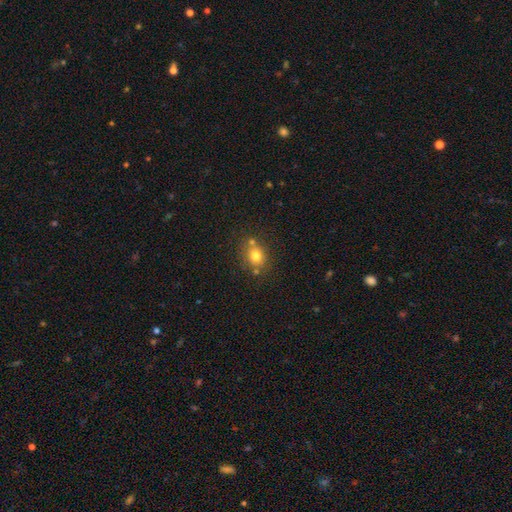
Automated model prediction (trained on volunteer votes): Smooth or featured: smooth — 76% (star or artifact — 14%)
How rounded: round — 70% (in between — 29%)
Merging: none — 65% (merger — 19%)